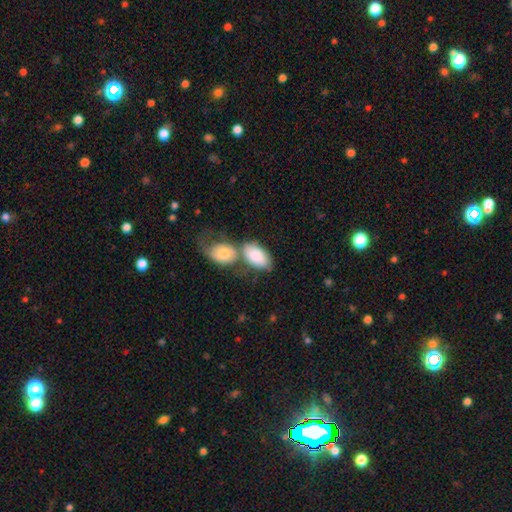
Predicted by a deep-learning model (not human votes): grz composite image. It shows a smooth galaxy with no disk features (82%) that is in between round and cigar-shaped (93%). Merging: merger (53%).